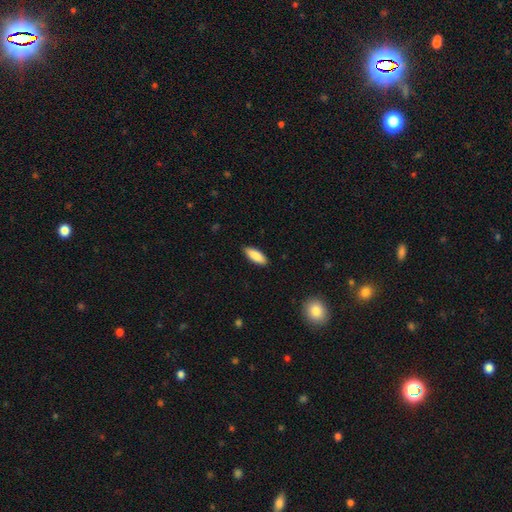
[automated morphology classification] smooth_or_featured: smooth (p=0.87) [alt: featured or disk p=0.07]
how_rounded: in between (p=0.75) [alt: cigar-shaped p=0.23]
merging: none (p=0.87) [alt: minor disturbance p=0.10]